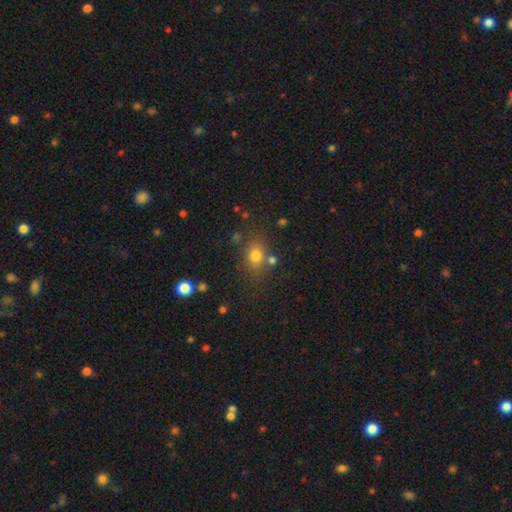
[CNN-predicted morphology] smooth 76%, star or artifact 15%, featured or disk 9%. Down the decision tree: how rounded — round (51%); merging — none (71%).